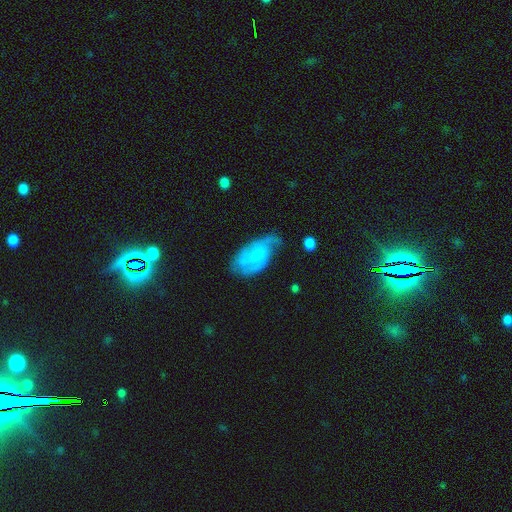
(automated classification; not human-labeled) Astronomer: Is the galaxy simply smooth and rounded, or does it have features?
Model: featured or disk — 59%.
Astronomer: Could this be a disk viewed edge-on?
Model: no — 96%.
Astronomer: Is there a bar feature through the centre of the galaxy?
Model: no — 70%.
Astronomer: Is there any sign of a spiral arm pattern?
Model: yes — 79%.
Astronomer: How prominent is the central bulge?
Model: none — 59%.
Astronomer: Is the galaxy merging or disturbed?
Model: none — 38% (runner-up: minor disturbance, 34%).